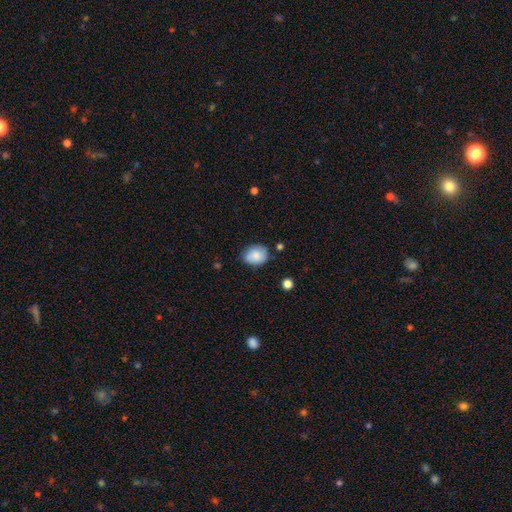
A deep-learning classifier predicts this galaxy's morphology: Smooth or featured? Predicted: smooth (p=0.85). How rounded? Predicted: in between (p=0.57). Merging? Predicted: none (p=0.74).